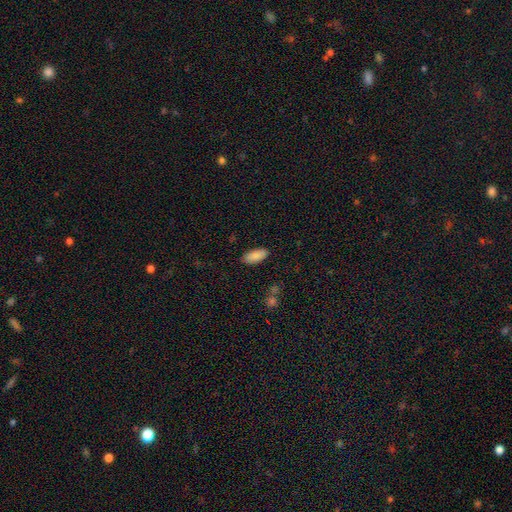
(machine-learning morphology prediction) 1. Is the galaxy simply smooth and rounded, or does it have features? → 88% smooth, 7% star or artifact, 5% featured or disk.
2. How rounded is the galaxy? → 88% in between, 10% cigar-shaped, 2% round.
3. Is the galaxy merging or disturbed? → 87% none, 9% minor disturbance, 2% major disturbance, 1% merger.